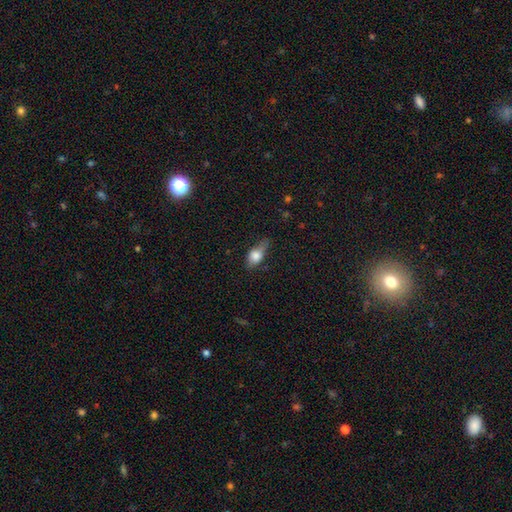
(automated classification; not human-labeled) Smooth or featured: smooth — 75% (featured or disk — 17%)
How rounded: in between — 79% (round — 12%)
Merging: none — 46% (minor disturbance — 39%)